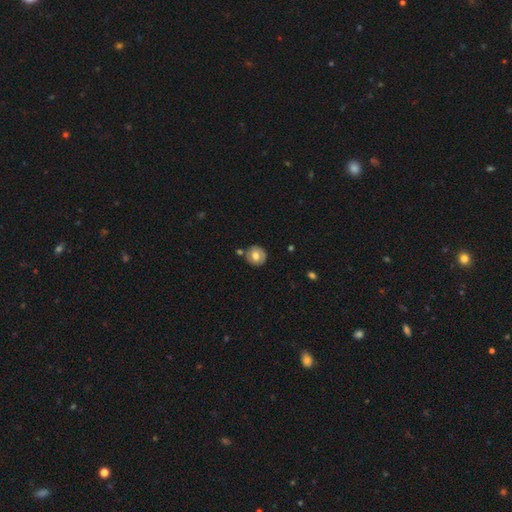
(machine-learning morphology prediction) type=smooth (63%); roundness=round (86%); merging=none (77%).